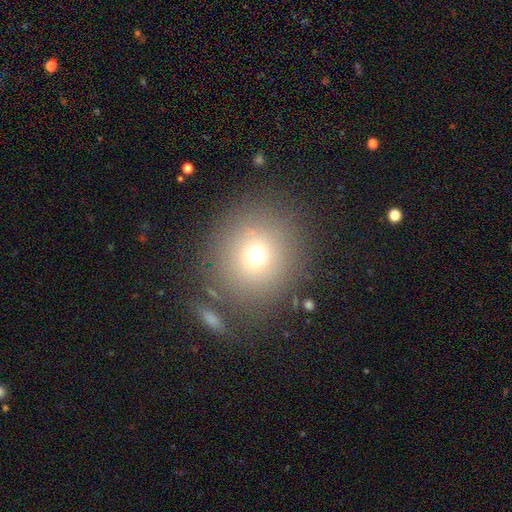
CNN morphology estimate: Smooth or featured?
  - smooth: 70% *
  - star or artifact: 17%
  - featured or disk: 13%
How rounded?
  - round: 91% *
  - in between: 8%
  - cigar-shaped: 1%
Merging?
  - none: 83% *
  - minor disturbance: 9%
  - major disturbance: 5%
  - merger: 4%